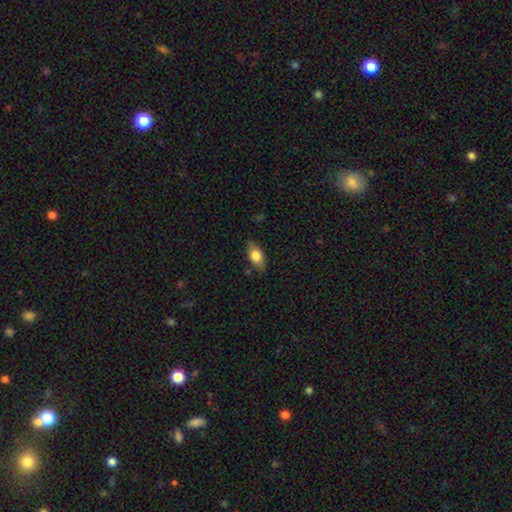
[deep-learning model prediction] smooth-or-featured: smooth: 72% | featured or disk: 21% | star or artifact: 7%
  how-rounded: in between: 83% | cigar-shaped: 10% | round: 7%
  merging: none: 81% | minor disturbance: 14% | major disturbance: 3% | merger: 1%